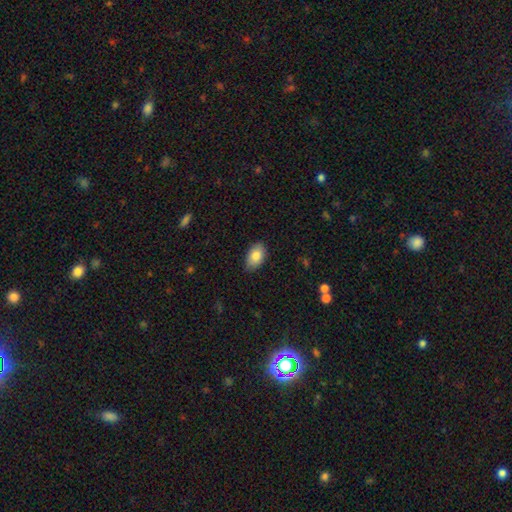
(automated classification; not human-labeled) The model was most divided on "merging": none: 84%, minor disturbance: 13%, major disturbance: 2%, merger: 1%. More confident: how rounded — in between (92%); smooth or featured — smooth (84%).